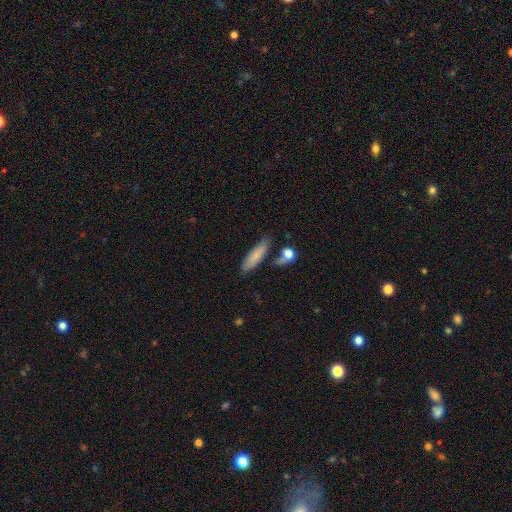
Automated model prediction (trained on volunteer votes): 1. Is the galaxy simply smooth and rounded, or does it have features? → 78% smooth, 15% featured or disk, 7% star or artifact.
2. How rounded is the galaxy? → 62% cigar-shaped, 36% in between, 3% round.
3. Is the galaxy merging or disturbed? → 70% none, 17% minor disturbance, 9% merger, 5% major disturbance.